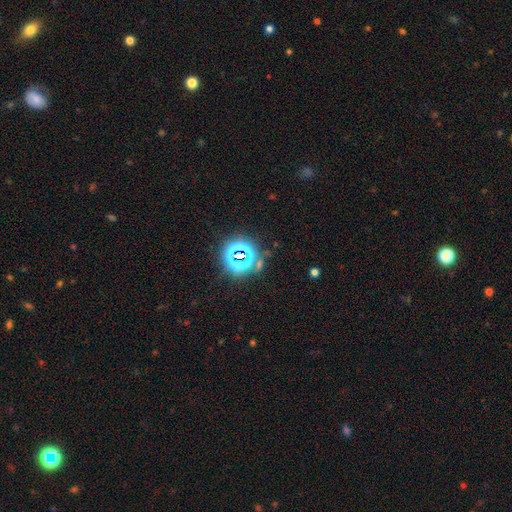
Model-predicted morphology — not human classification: This is likely a star or artifact rather than a galaxy (80%).